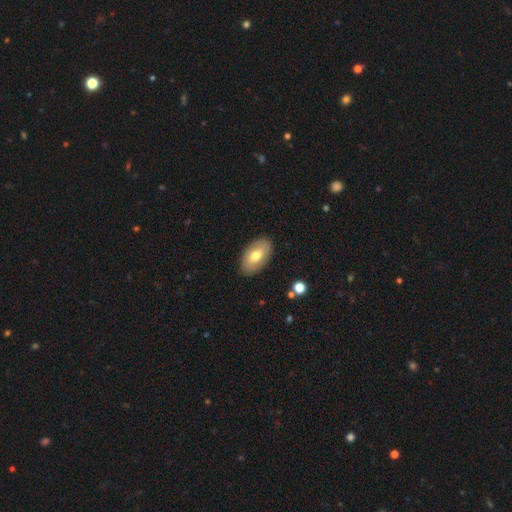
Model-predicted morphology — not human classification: Q: Smooth or featured?
A: smooth (68%); runner-up: featured or disk (26%)
Q: How rounded?
A: in between (93%); runner-up: round (5%)
Q: Merging?
A: none (87%); runner-up: minor disturbance (9%)